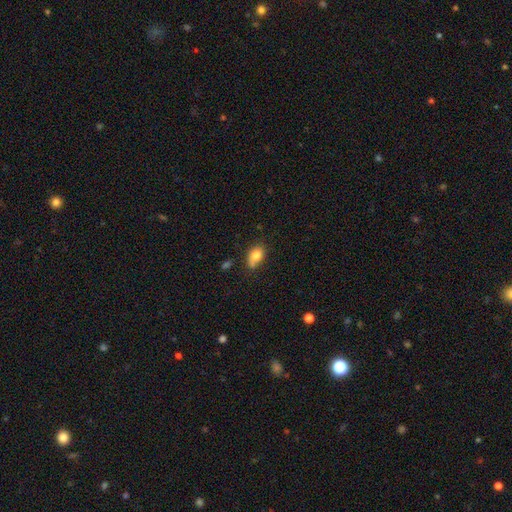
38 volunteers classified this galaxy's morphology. type=smooth (89%); roundness=in between (71%); merging=none (45%).